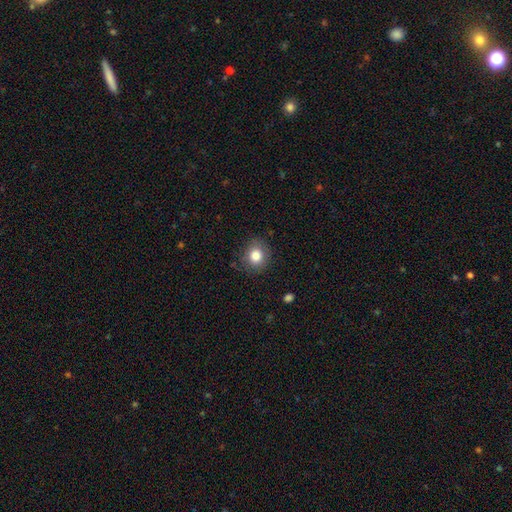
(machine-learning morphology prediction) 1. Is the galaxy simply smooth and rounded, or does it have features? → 83% smooth, 10% star or artifact, 7% featured or disk.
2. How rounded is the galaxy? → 77% round, 22% in between, 1% cigar-shaped.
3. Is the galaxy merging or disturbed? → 83% none, 12% minor disturbance, 3% major disturbance, 1% merger.